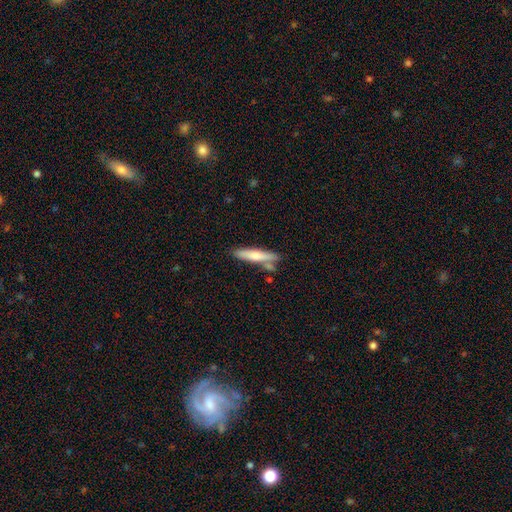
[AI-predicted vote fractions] smooth 66%, featured or disk 29%, star or artifact 6%. Down the decision tree: how rounded — cigar-shaped (85%); merging — none (68%).